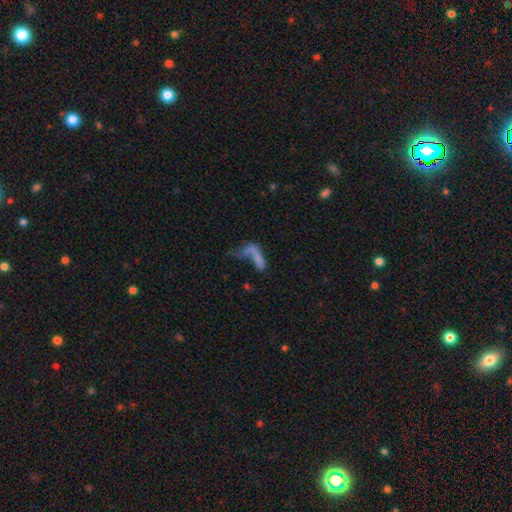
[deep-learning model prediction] This is possibly a smooth galaxy (60%). How rounded: possibly cigar-shaped (48%). Merging: marginally major disturbance (36%).